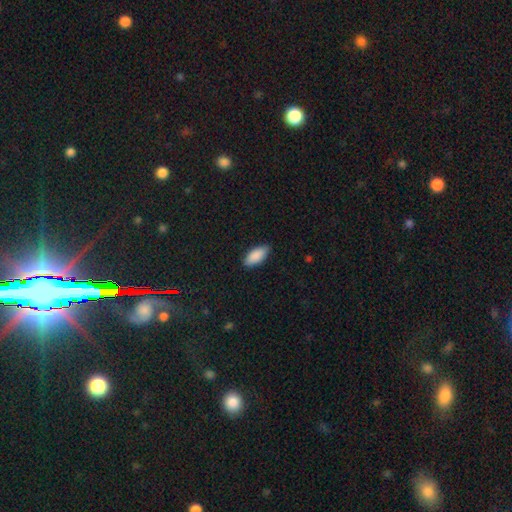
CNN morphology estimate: Smooth or featured: smooth — 89% (star or artifact — 6%)
How rounded: in between — 86% (cigar-shaped — 12%)
Merging: none — 84% (minor disturbance — 13%)